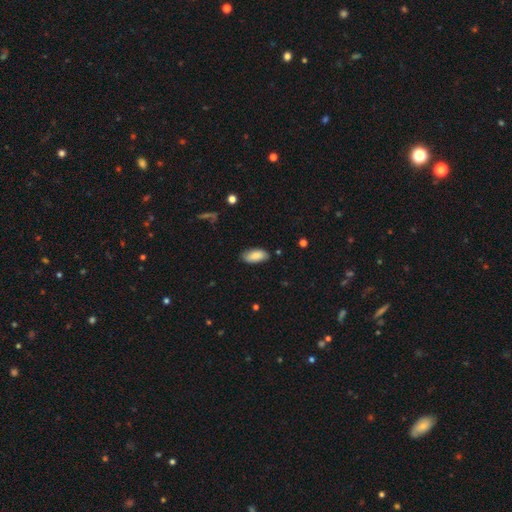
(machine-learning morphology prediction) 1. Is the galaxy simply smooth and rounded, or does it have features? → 85% smooth, 8% featured or disk, 6% star or artifact.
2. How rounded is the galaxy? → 91% in between, 7% cigar-shaped, 2% round.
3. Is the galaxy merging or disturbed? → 82% none, 14% minor disturbance, 2% major disturbance, 1% merger.